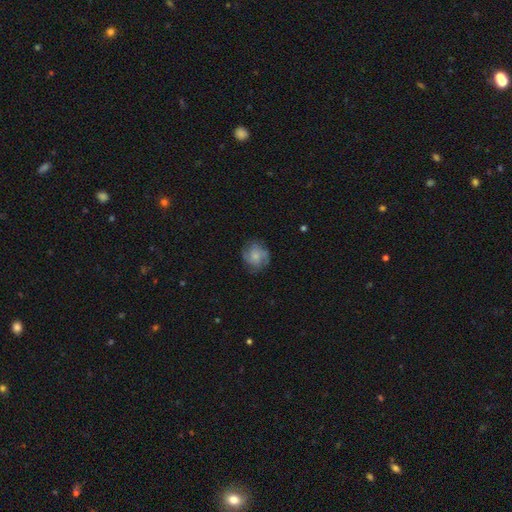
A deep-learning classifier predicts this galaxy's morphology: featured or disk 54%, smooth 38%, star or artifact 8%. Down the decision tree: edge-on disk — no (98%); bar — no (78%); spiral arms — yes (89%); bulge size — small (57%); merging — none (76%).